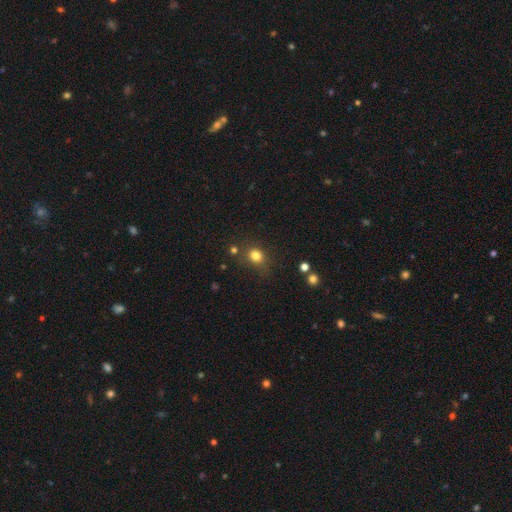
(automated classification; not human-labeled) smooth-or-featured: smooth: 79% | star or artifact: 14% | featured or disk: 6%
  how-rounded: round: 69% | in between: 30% | cigar-shaped: 1%
  merging: none: 72% | minor disturbance: 16% | major disturbance: 6% | merger: 6%